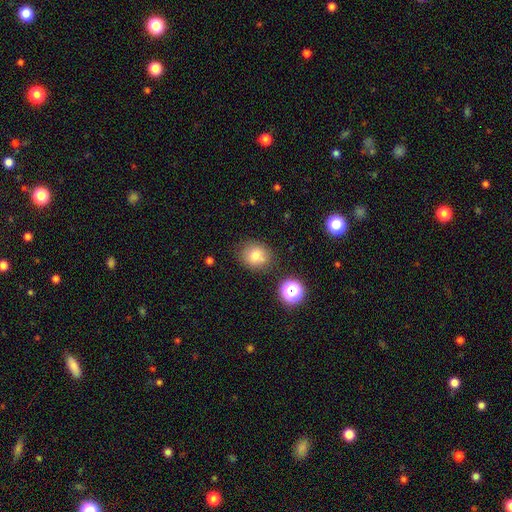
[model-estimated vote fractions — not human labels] smooth_or_featured: smooth (p=0.77) [alt: star or artifact p=0.13]
how_rounded: round (p=0.71) [alt: in between p=0.28]
merging: none (p=0.75) [alt: minor disturbance p=0.14]